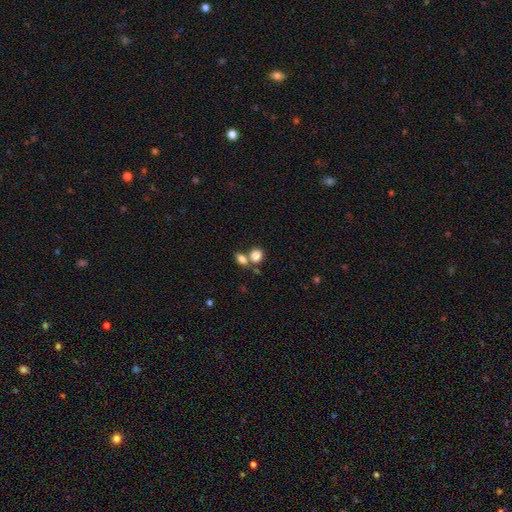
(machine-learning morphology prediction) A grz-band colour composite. It shows a smooth galaxy with no disk features (84%) that is round (55%). Merging: none (44%).